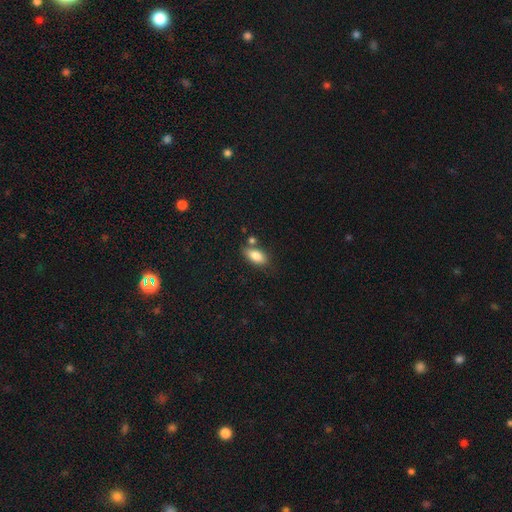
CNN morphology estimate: Overall: smooth (83%). How rounded: in between (88%). Merging: none (69%).